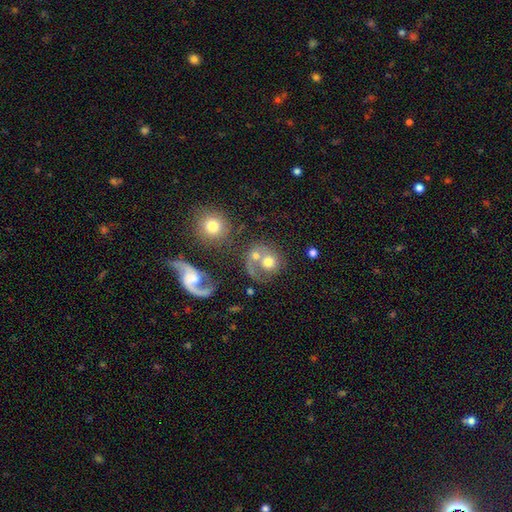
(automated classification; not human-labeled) This is possibly a smooth galaxy (55%). How rounded: likely round (79%). Merging: possibly merger (46%).